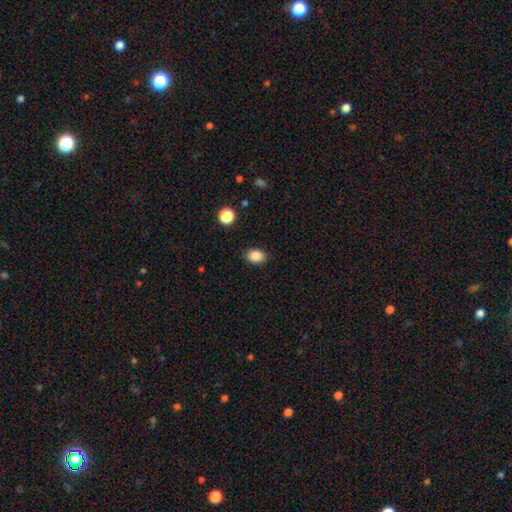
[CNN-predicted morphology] Overall: smooth (87%). How rounded: in between (71%). Merging: none (85%).